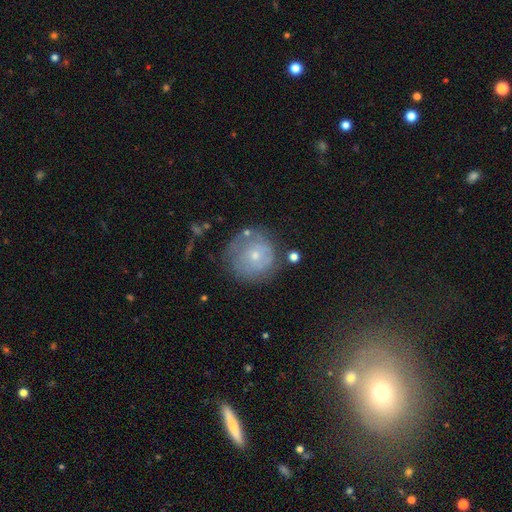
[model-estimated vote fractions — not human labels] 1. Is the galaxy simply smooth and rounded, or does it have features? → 47% featured or disk, 45% smooth, 8% star or artifact.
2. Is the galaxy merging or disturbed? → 63% none, 22% minor disturbance, 11% major disturbance, 4% merger.